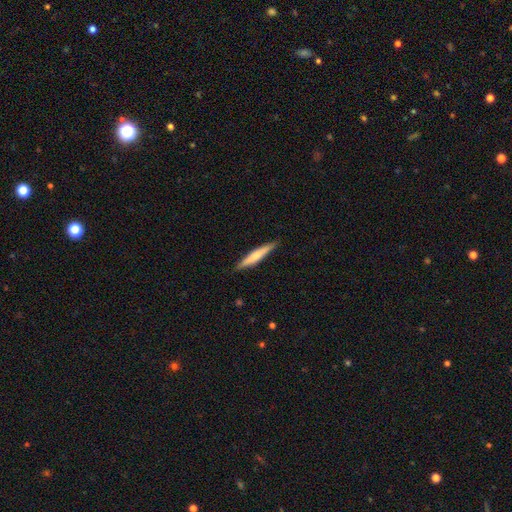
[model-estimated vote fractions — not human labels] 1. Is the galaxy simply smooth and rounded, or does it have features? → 59% smooth, 36% featured or disk, 5% star or artifact.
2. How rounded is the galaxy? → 92% cigar-shaped, 6% in between, 1% round.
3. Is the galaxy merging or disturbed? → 90% none, 8% minor disturbance, 1% major disturbance, 1% merger.